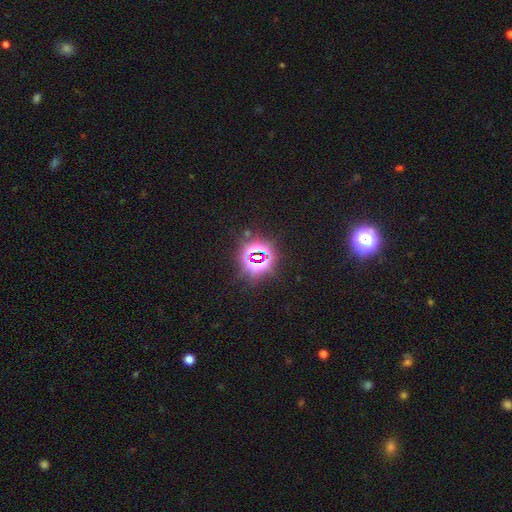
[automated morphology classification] A star or artifact, not a galaxy (79%).

Vote fractions:
- Smooth or featured? star or artifact: 79% / smooth: 13% / featured or disk: 8%